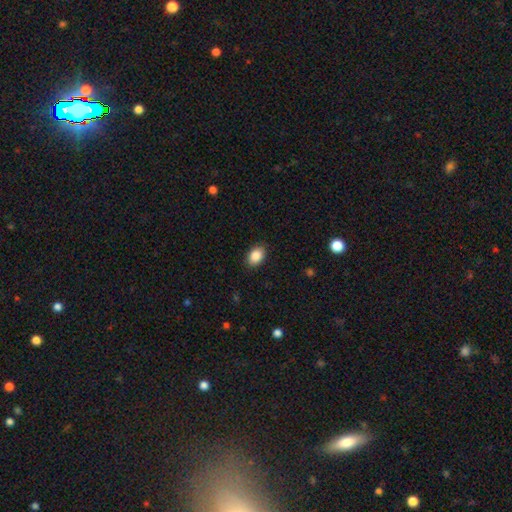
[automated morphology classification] Smooth or featured? smooth (88%)
How rounded? in between (81%)
Merging? none (87%)